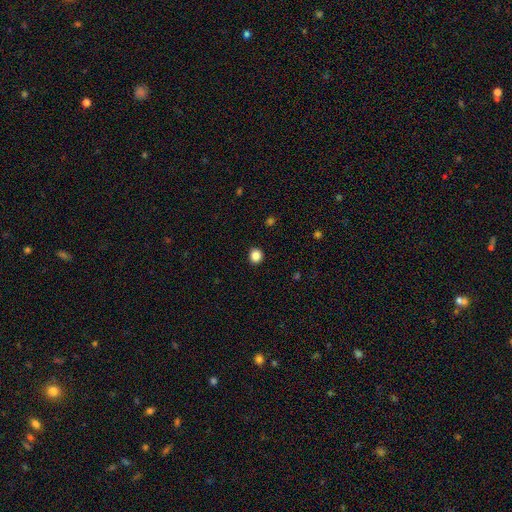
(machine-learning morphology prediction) A smooth galaxy with no disk features (86%) that is round (84%). Merging: none (91%).